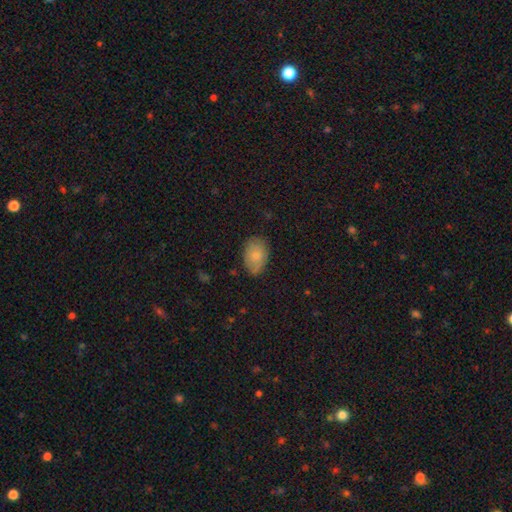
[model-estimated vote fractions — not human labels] The model was most divided on "merging": none: 72%, minor disturbance: 22%, major disturbance: 4%, merger: 1%. More confident: how rounded — in between (86%); smooth or featured — smooth (76%).